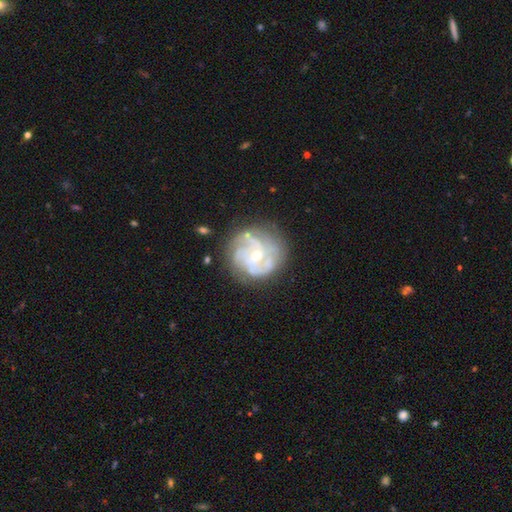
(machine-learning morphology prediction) This appears to be a featured or disk galaxy (80%) with no bar (72%), tight (55%) spiral arms (86%) and a small central bulge (48%). Merging: none (71%).